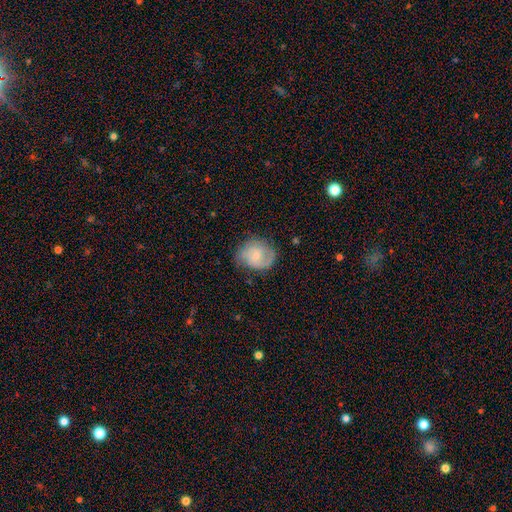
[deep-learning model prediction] Q: Smooth or featured?
A: featured or disk (56%); runner-up: smooth (37%)
Q: Edge-on disk?
A: no (98%); runner-up: yes (2%)
Q: Bar?
A: no (60%); runner-up: weak (35%)
Q: Spiral arms?
A: yes (86%); runner-up: no (14%)
Q: Bulge size?
A: small (58%); runner-up: moderate (35%)
Q: Merging?
A: none (67%); runner-up: minor disturbance (23%)